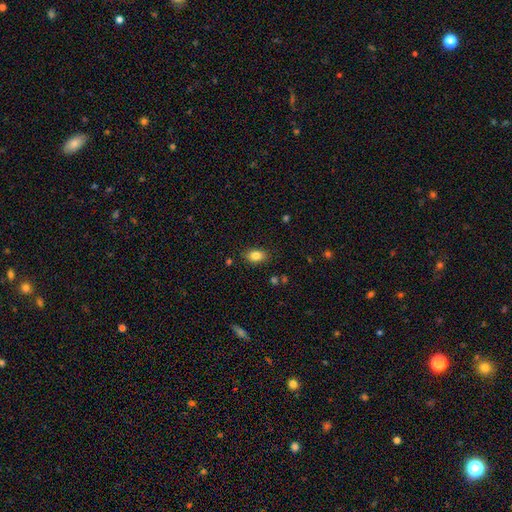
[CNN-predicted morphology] A smooth galaxy with no disk features (84%) that is in between round and cigar-shaped (81%). Merging: none (84%).